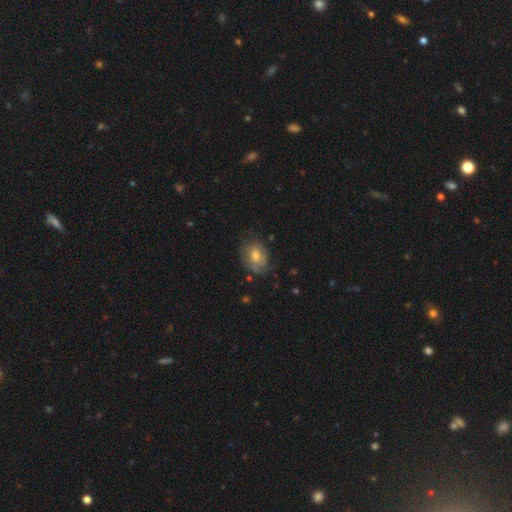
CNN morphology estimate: The model was most divided on "smooth or featured": smooth: 52%, featured or disk: 37%, star or artifact: 11%. More confident: merging — none (67%); how rounded — in between (64%).